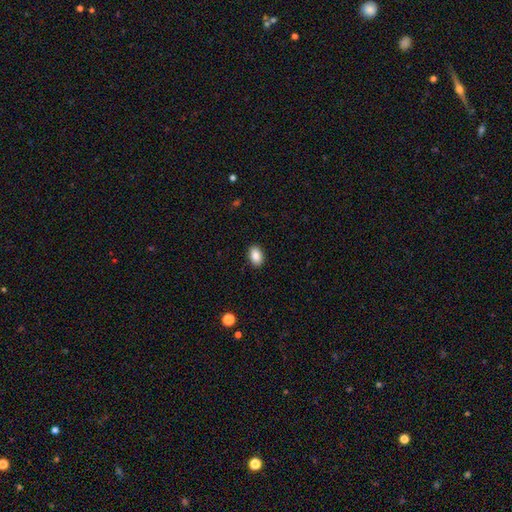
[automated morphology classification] This is clearly a smooth galaxy (88%). How rounded: clearly in between (87%). Merging: clearly none (90%).